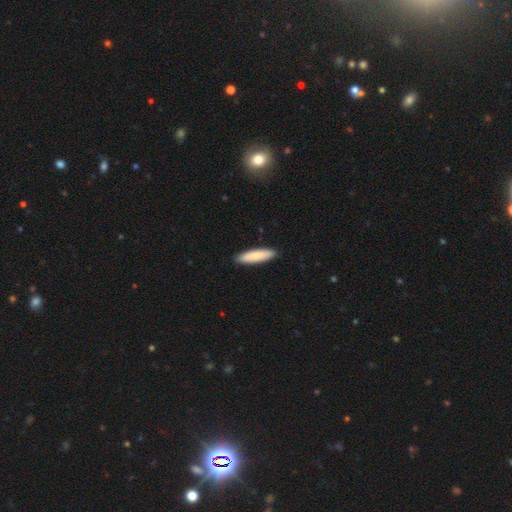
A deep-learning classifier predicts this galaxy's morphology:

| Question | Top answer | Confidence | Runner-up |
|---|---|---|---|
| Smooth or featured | smooth | 86% | featured or disk (9%) |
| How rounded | cigar-shaped | 73% | in between (26%) |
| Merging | none | 91% | minor disturbance (7%) |